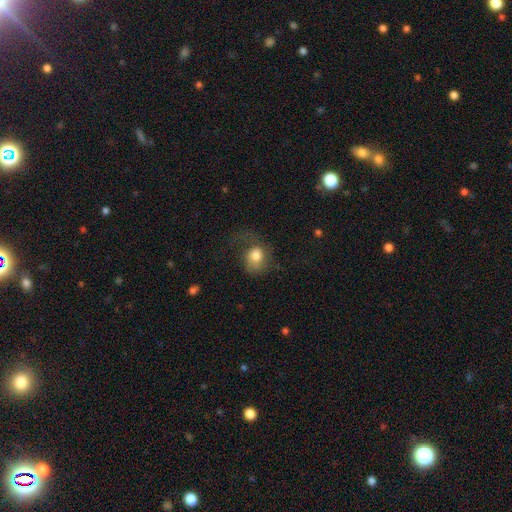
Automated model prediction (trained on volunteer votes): A smooth galaxy with no disk features (68%) that is round (64%). Merging: major disturbance (41%).